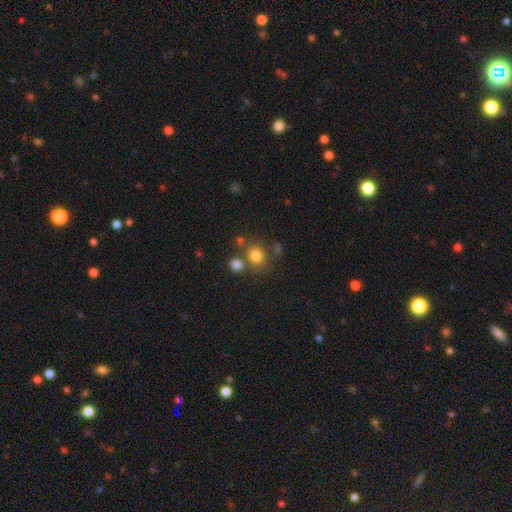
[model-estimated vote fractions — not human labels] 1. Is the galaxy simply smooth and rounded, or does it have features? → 79% smooth, 14% star or artifact, 7% featured or disk.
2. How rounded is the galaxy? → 78% round, 21% in between, 1% cigar-shaped.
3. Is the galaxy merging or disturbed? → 65% none, 19% merger, 11% minor disturbance, 5% major disturbance.